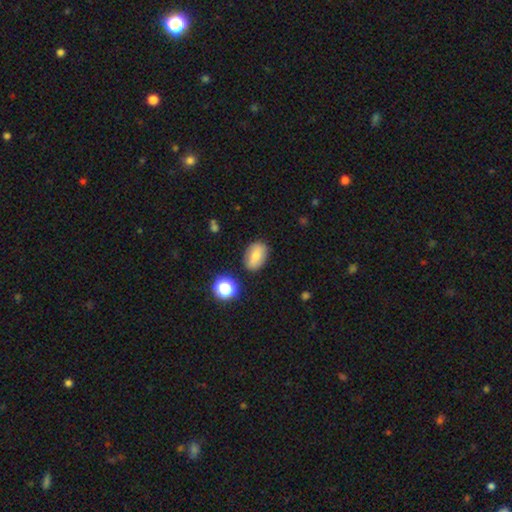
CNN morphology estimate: Smooth or featured? smooth (72%)
How rounded? in between (81%)
Merging? none (81%)